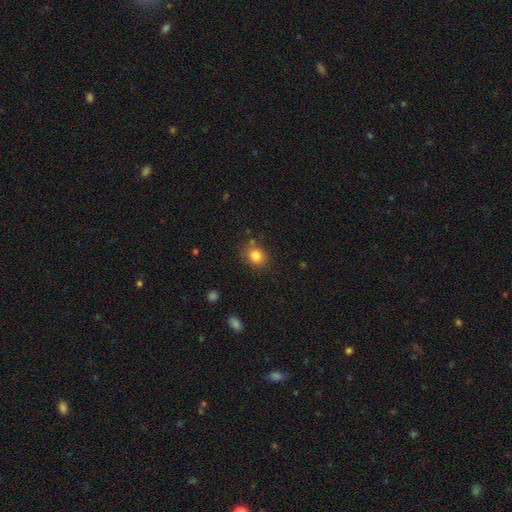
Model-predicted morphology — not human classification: Smooth or featured? Predicted: smooth (p=0.83). How rounded? Predicted: round (p=0.62). Merging? Predicted: none (p=0.78).